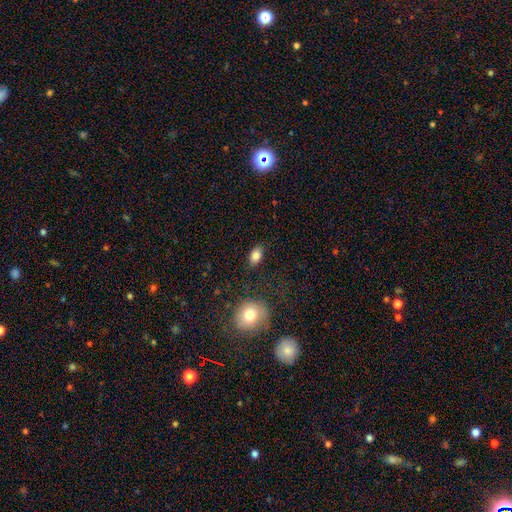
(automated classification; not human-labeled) smooth_or_featured: smooth (p=0.84) [alt: star or artifact p=0.08]
how_rounded: in between (p=0.86) [alt: round p=0.11]
merging: none (p=0.83) [alt: minor disturbance p=0.12]